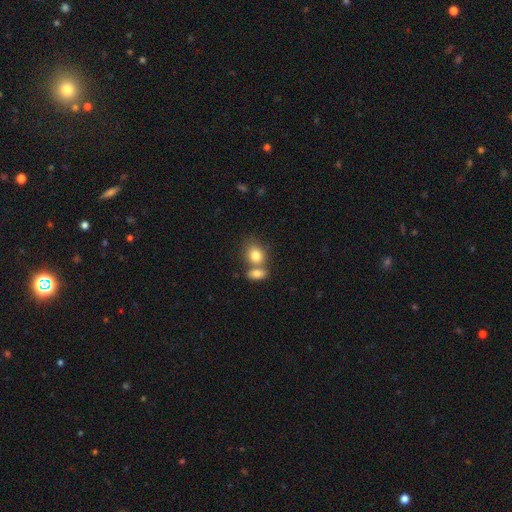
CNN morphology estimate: A smooth galaxy with no disk features (81%) that is in between round and cigar-shaped (56%). Merging: merger (49%).